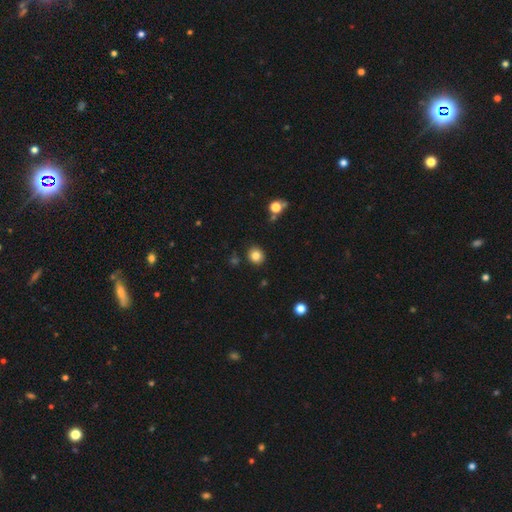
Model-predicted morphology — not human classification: smooth-or-featured: smooth: 82% | star or artifact: 11% | featured or disk: 7%
  how-rounded: round: 83% | in between: 16% | cigar-shaped: 1%
  merging: none: 89% | minor disturbance: 7% | merger: 2% | major disturbance: 2%